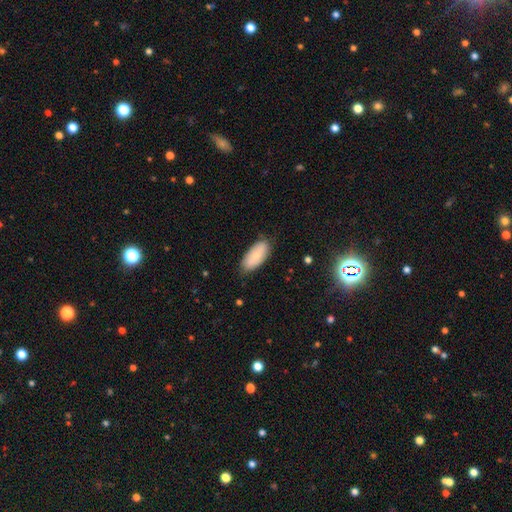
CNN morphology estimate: Smooth or featured? smooth (74%)
How rounded? in between (90%)
Merging? none (78%)